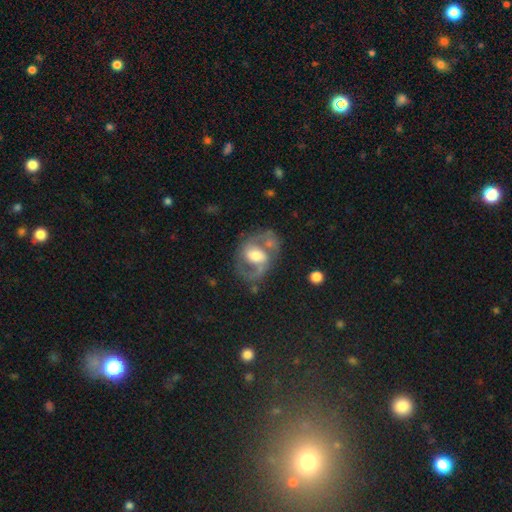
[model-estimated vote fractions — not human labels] featured or disk 77%, smooth 16%, star or artifact 6%. Down the decision tree: edge-on disk — no (97%); bar — weak (44%); spiral arms — yes (85%); spiral arm count — 2 (87%); spiral winding — medium (56%); bulge size — moderate (58%); merging — none (64%).